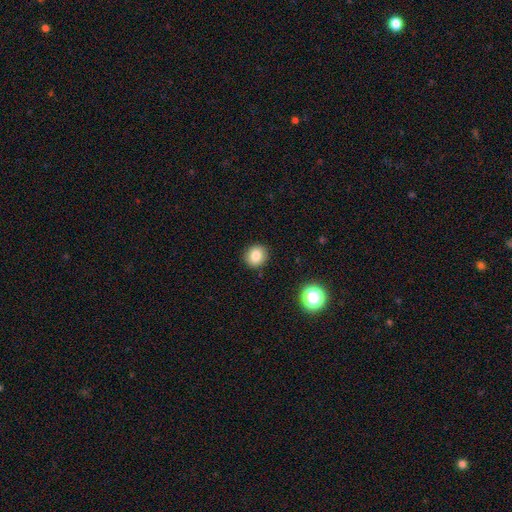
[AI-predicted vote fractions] Smooth or featured? Predicted: smooth (p=0.83). How rounded? Predicted: round (p=0.84). Merging? Predicted: none (p=0.89).